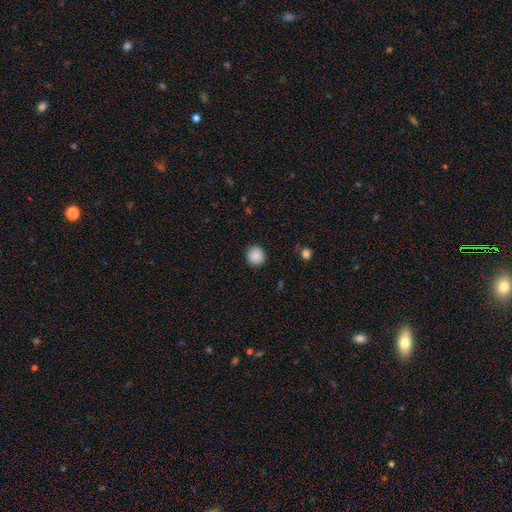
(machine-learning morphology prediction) This is clearly a smooth galaxy (89%). How rounded: clearly round (93%). Merging: clearly none (91%).